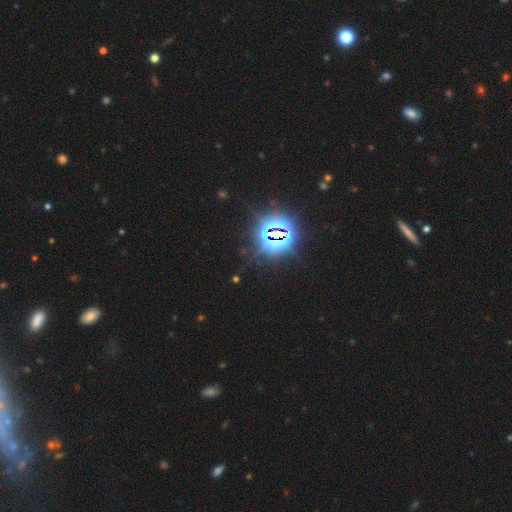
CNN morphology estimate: Smooth or featured?
  - star or artifact: 83% *
  - smooth: 10%
  - featured or disk: 7%